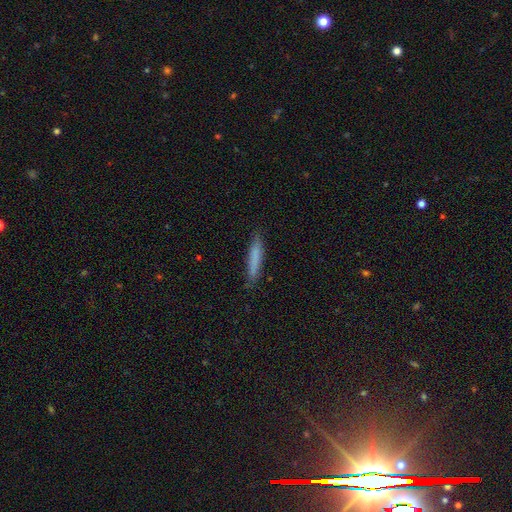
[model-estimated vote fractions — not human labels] Overall: smooth (74%). How rounded: cigar-shaped (93%). Merging: none (86%).